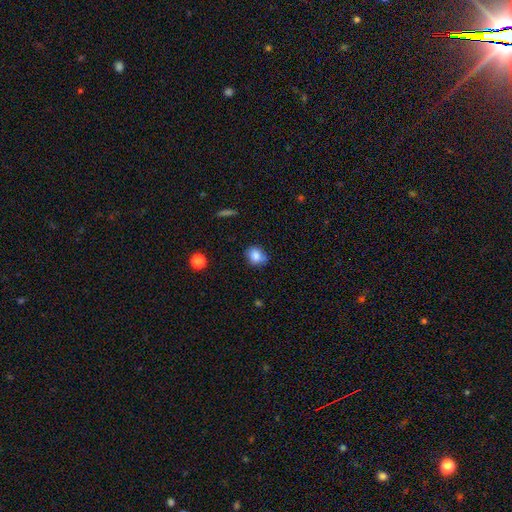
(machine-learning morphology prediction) smooth-or-featured: smooth: 83% | star or artifact: 10% | featured or disk: 7%
  how-rounded: round: 65% | in between: 34% | cigar-shaped: 1%
  merging: none: 73% | minor disturbance: 21% | major disturbance: 4% | merger: 2%